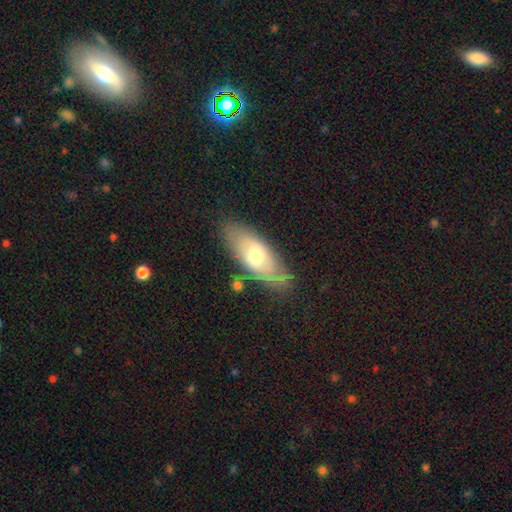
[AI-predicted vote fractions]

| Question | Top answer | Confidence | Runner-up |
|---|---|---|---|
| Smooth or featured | smooth | 49% | featured or disk (45%) |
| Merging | none | 74% | minor disturbance (18%) |